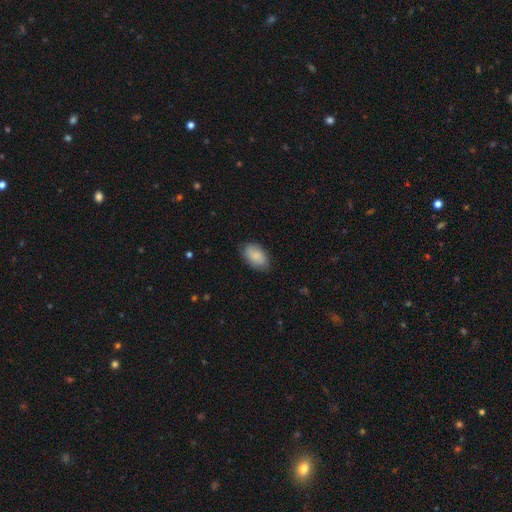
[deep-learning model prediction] smooth 85%, featured or disk 8%, star or artifact 6%. Down the decision tree: how rounded — in between (93%); merging — none (81%).